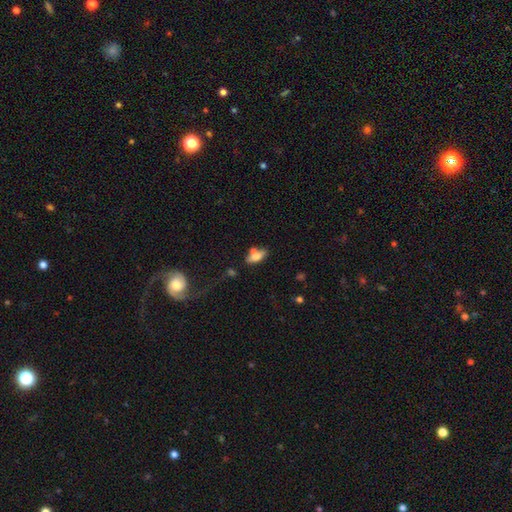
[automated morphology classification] type=smooth (66%); roundness=in between (75%); merging=none (53%).